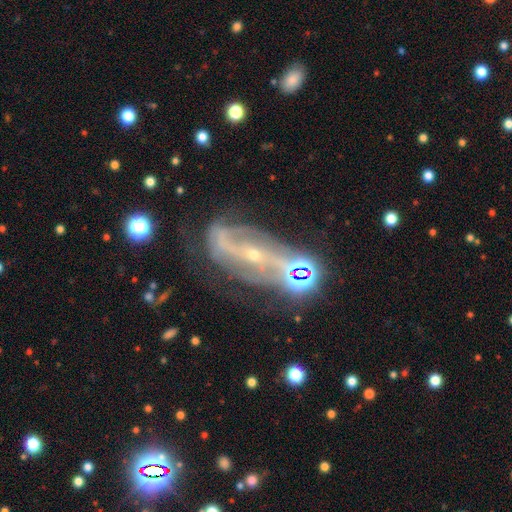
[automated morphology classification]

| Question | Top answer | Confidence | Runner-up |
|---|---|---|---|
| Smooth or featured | featured or disk | 81% | smooth (10%) |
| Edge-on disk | no | 85% | yes (15%) |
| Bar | no | 39% | strong (33%) |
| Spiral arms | yes | 84% | no (16%) |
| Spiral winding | loose | 38% | medium (36%) |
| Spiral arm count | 2 | 69% | can't tell (16%) |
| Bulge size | small | 71% | moderate (25%) |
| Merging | none | 38% | merger (33%) |